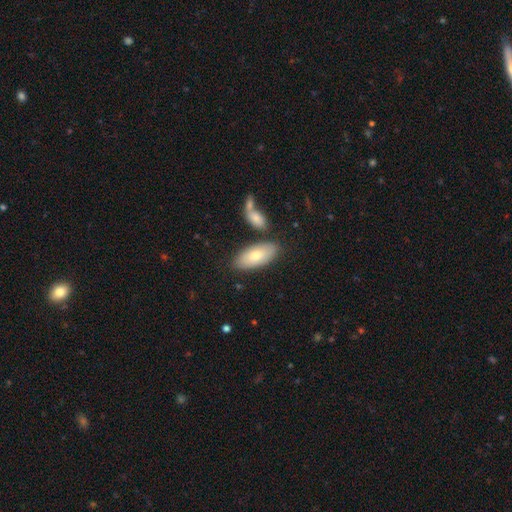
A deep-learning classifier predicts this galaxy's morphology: Smooth or featured? Predicted: smooth (p=0.72). How rounded? Predicted: in between (p=0.90). Merging? Predicted: none (p=0.74).